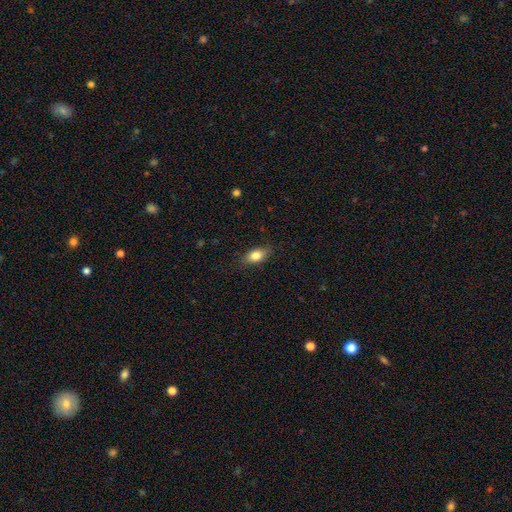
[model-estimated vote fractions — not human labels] smooth_or_featured: smooth (p=0.80) [alt: featured or disk p=0.13]
how_rounded: in between (p=0.83) [alt: round p=0.09]
merging: none (p=0.82) [alt: minor disturbance p=0.14]